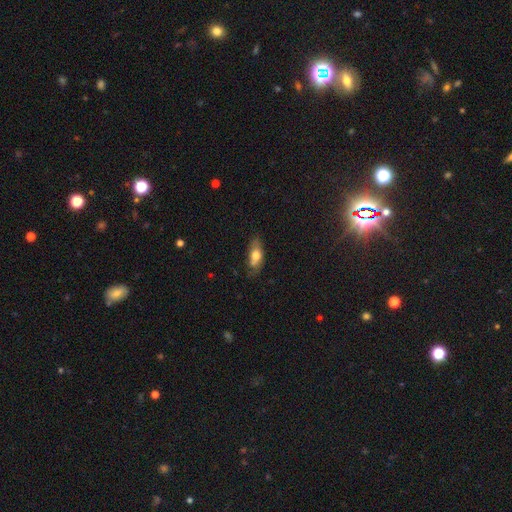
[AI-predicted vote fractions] Q: Smooth or featured?
A: smooth (64%); runner-up: featured or disk (29%)
Q: How rounded?
A: in between (78%); runner-up: cigar-shaped (16%)
Q: Merging?
A: none (64%); runner-up: minor disturbance (25%)